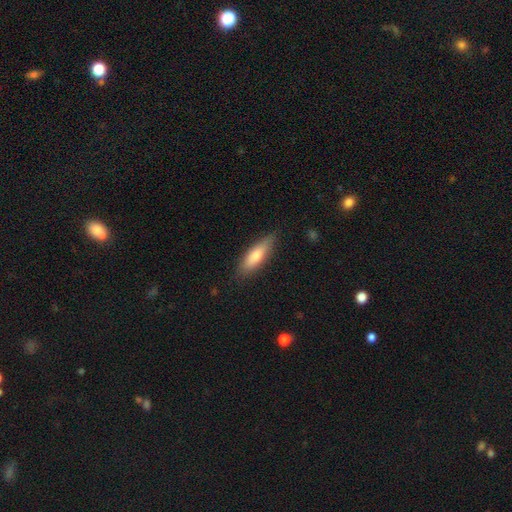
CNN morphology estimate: smooth-or-featured: smooth: 72% | featured or disk: 22% | star or artifact: 6%
  how-rounded: cigar-shaped: 56% | in between: 43% | round: 2%
  merging: none: 83% | minor disturbance: 13% | major disturbance: 2% | merger: 1%